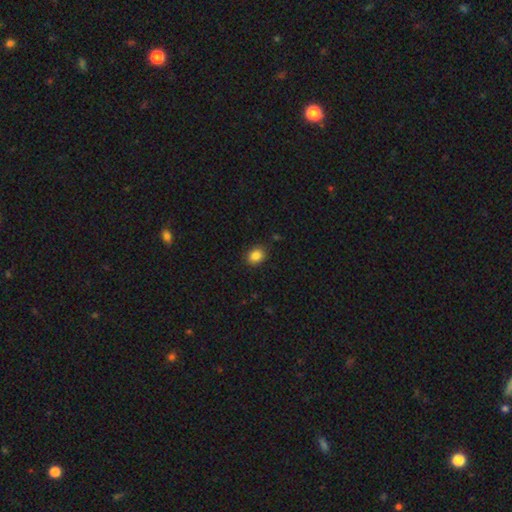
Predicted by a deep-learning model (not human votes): Smooth or featured? smooth (86%)
How rounded? round (51%)
Merging? none (86%)